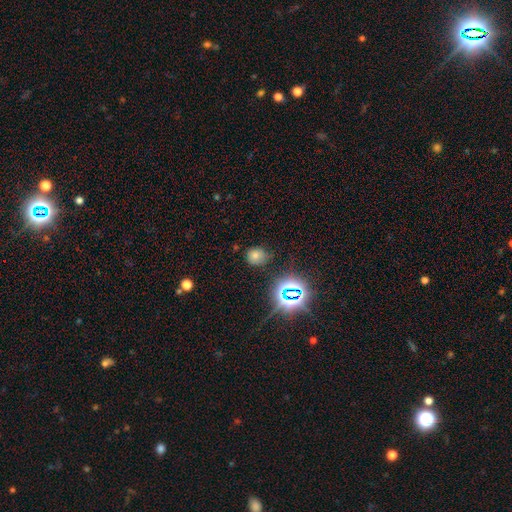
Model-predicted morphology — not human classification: smooth-or-featured: smooth: 64% | star or artifact: 27% | featured or disk: 9%
  how-rounded: round: 71% | in between: 28% | cigar-shaped: 1%
  merging: none: 75% | minor disturbance: 17% | major disturbance: 5% | merger: 2%